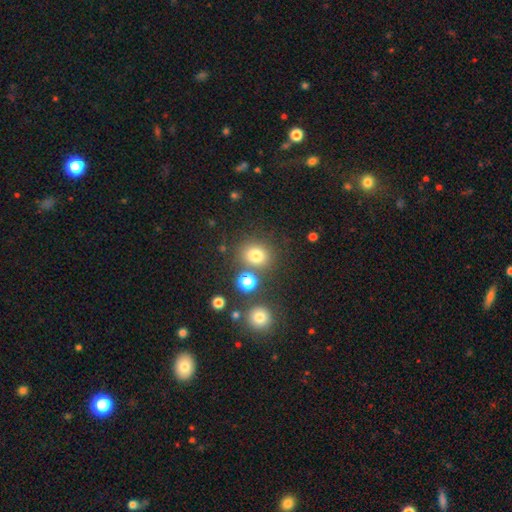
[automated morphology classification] Smooth or featured? Predicted: smooth (p=0.76). How rounded? Predicted: round (p=0.77). Merging? Predicted: none (p=0.76).